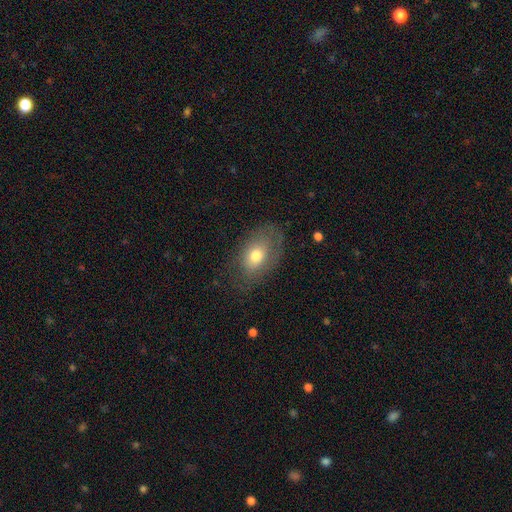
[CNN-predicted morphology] smooth 66%, featured or disk 26%, star or artifact 8%. Down the decision tree: how rounded — in between (86%); merging — none (66%).